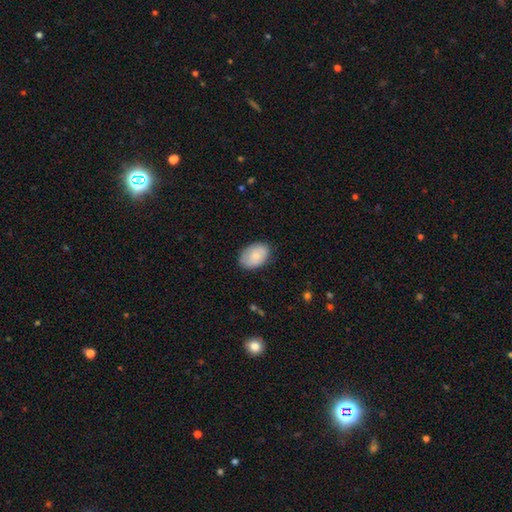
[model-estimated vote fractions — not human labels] Q: Smooth or featured?
A: smooth (77%); runner-up: featured or disk (17%)
Q: How rounded?
A: in between (87%); runner-up: round (12%)
Q: Merging?
A: none (78%); runner-up: minor disturbance (17%)